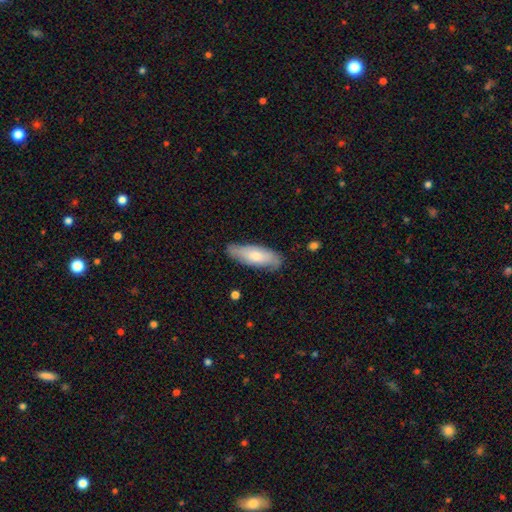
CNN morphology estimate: Overall: smooth (64%; featured or disk 31%). How rounded: in between (64%; cigar-shaped 34%). Merging: none (76%).